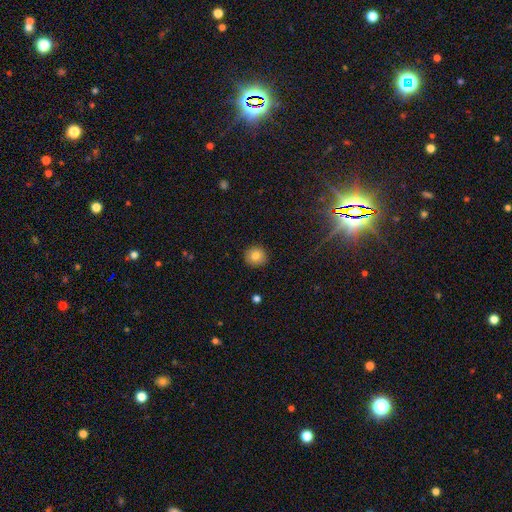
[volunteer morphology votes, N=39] Overall: smooth (82%). How rounded: round (100%). Merging: none (89%).